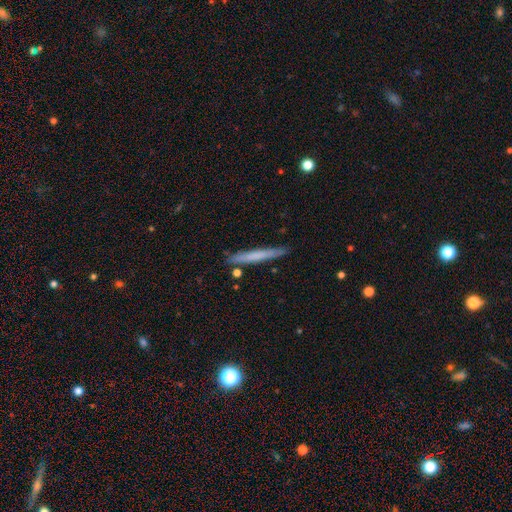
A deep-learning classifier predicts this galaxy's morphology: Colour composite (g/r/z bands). It shows a smooth galaxy with no disk features (63%) that is cigar-shaped (97%). Merging: none (87%).